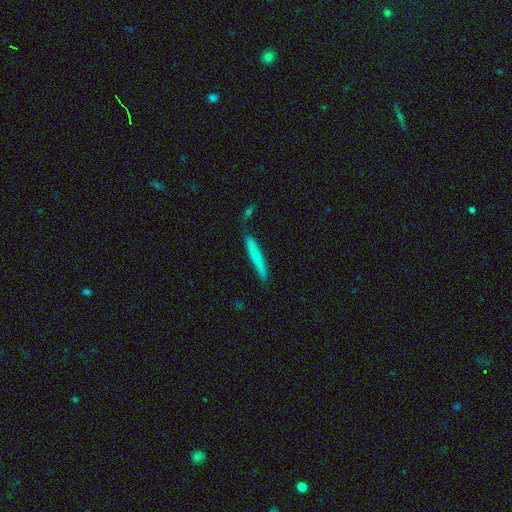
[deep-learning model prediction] smooth 64%, featured or disk 29%, star or artifact 7%. Down the decision tree: how rounded — cigar-shaped (95%); merging — none (74%).